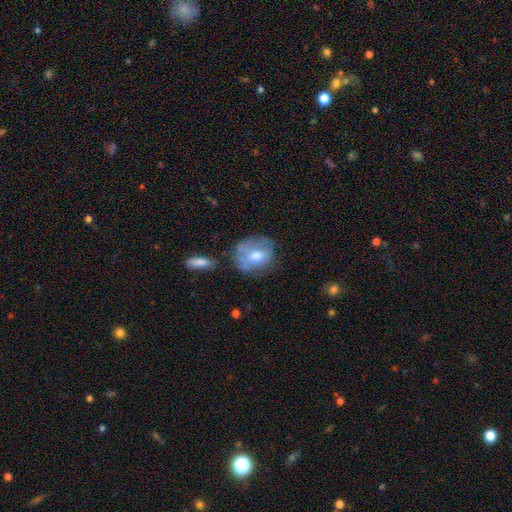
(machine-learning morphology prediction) A smooth galaxy with no disk features (54%) that is round (60%). Merging: none (50%).